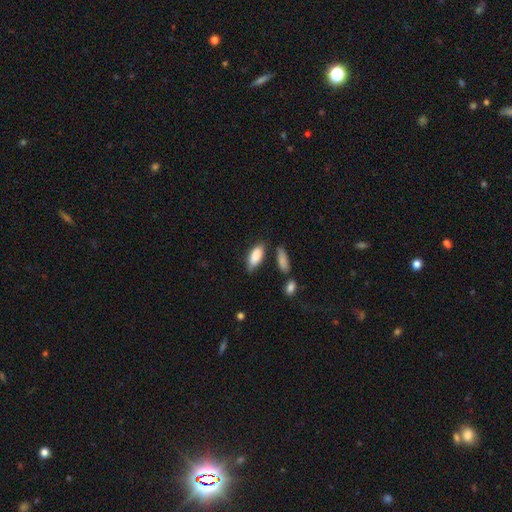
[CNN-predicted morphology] This appears to be a smooth galaxy with no disk features (86%) that is in between round and cigar-shaped (77%). Merging: none (66%).